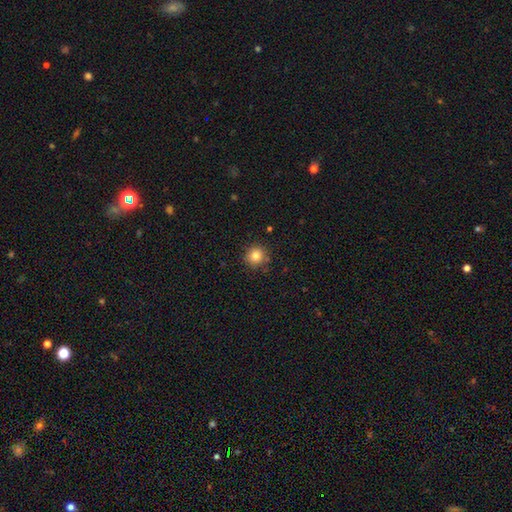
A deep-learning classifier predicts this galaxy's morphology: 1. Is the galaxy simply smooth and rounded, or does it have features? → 82% smooth, 12% star or artifact, 7% featured or disk.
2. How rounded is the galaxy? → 92% round, 7% in between, 1% cigar-shaped.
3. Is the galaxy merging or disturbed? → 87% none, 8% minor disturbance, 2% major disturbance, 2% merger.